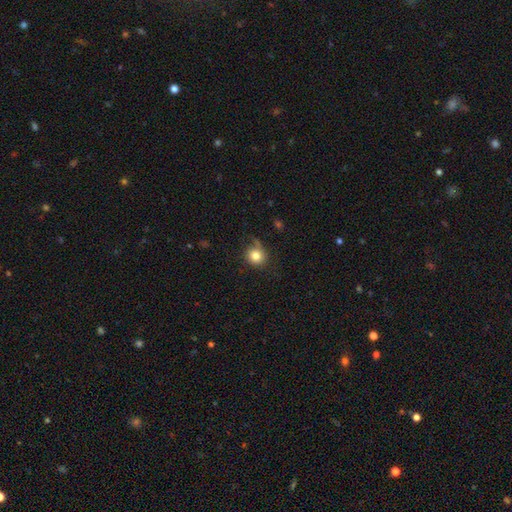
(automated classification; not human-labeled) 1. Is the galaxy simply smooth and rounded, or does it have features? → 81% smooth, 10% star or artifact, 9% featured or disk.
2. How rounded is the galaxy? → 85% round, 15% in between, 1% cigar-shaped.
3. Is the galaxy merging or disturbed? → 63% none, 24% minor disturbance, 11% major disturbance, 3% merger.